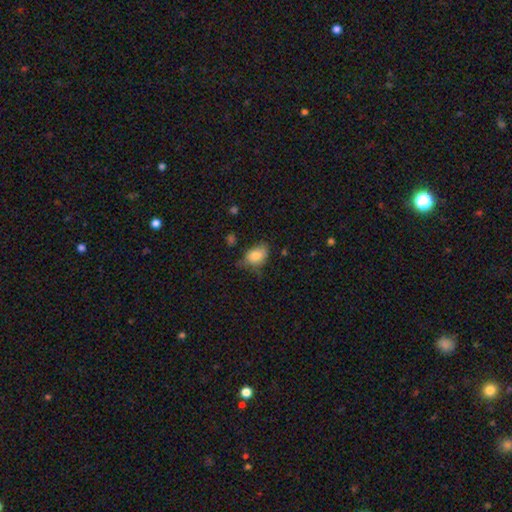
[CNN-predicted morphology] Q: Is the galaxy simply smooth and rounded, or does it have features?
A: smooth — 79%.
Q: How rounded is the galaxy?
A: in between — 78%.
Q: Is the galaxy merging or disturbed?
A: none — 53%.